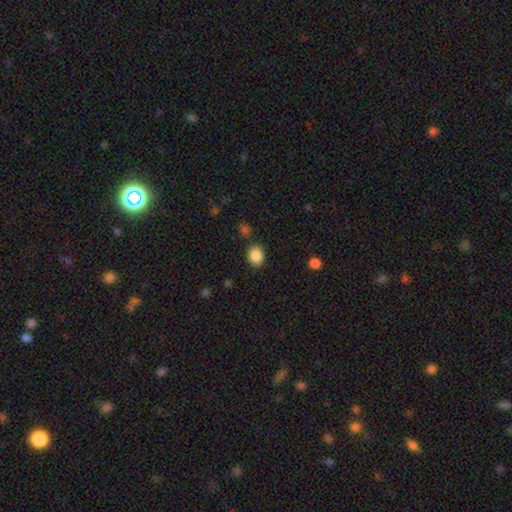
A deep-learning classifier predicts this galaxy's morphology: A smooth galaxy with no disk features (87%) that is in between round and cigar-shaped (54%).

Vote fractions:
- Smooth or featured? smooth: 87% / star or artifact: 9% / featured or disk: 5%
- How rounded? in between: 54% / round: 46% / cigar-shaped: 1%
- Merging? none: 82% / minor disturbance: 11% / merger: 4% / major disturbance: 3%